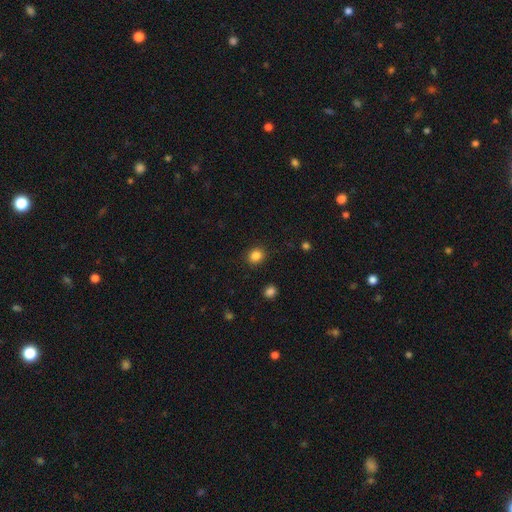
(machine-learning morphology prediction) smooth_or_featured: smooth (p=0.85) [alt: star or artifact p=0.11]
how_rounded: round (p=0.76) [alt: in between p=0.23]
merging: none (p=0.90) [alt: minor disturbance p=0.06]